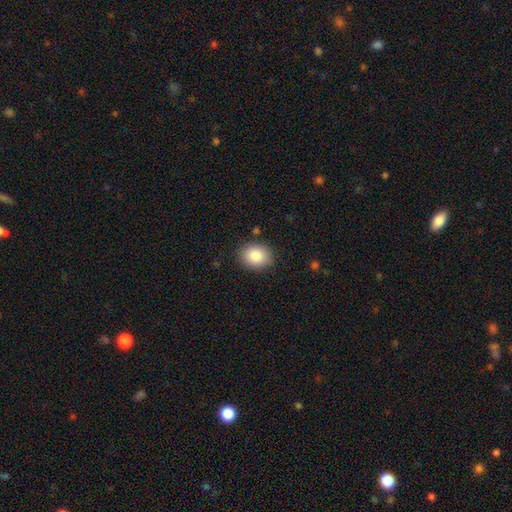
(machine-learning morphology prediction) Smooth or featured? Predicted: smooth (p=0.86). How rounded? Predicted: round (p=0.53). Merging? Predicted: none (p=0.87).